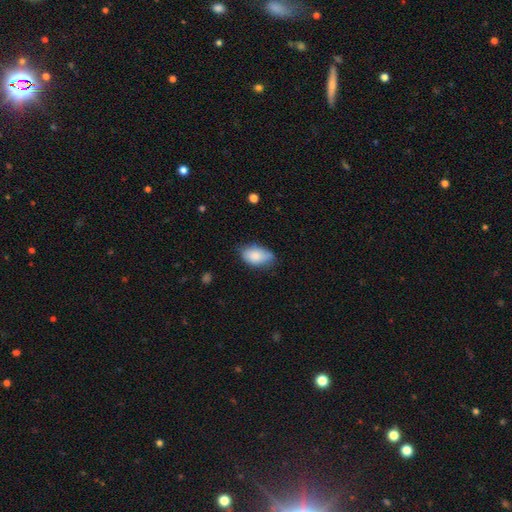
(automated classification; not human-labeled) Morphology: type=smooth (83%); roundness=in between (92%); merging=none (64%).